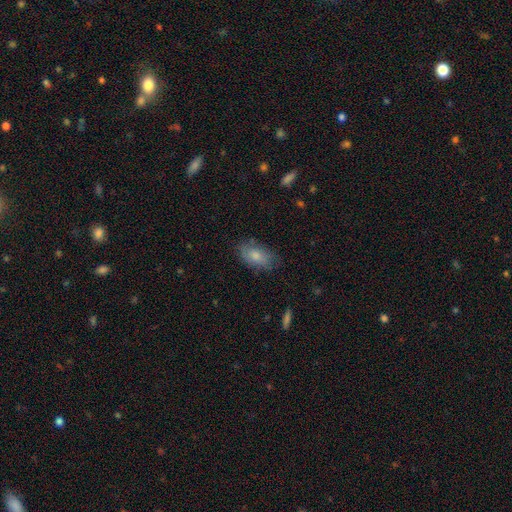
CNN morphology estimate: This is likely a smooth galaxy (75%). How rounded: clearly in between (91%). Merging: likely none (72%).